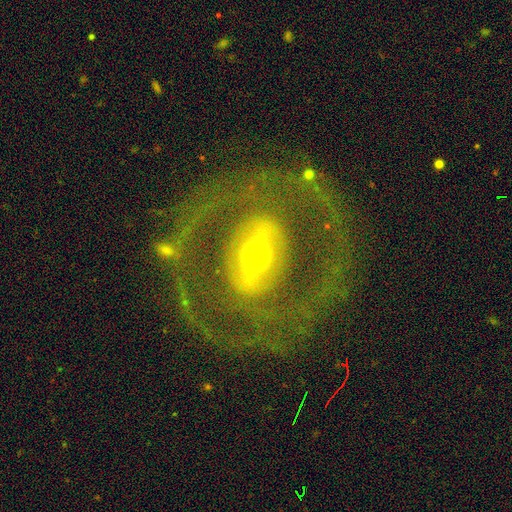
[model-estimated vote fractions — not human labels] This is likely a featured or disk galaxy (79%). It is clearly not viewed edge-on (92%). Bar: likely strong (60%). Spiral arm pattern: likely yes (64%). Central bulge: likely moderate (67%). Merging: likely none (70%).